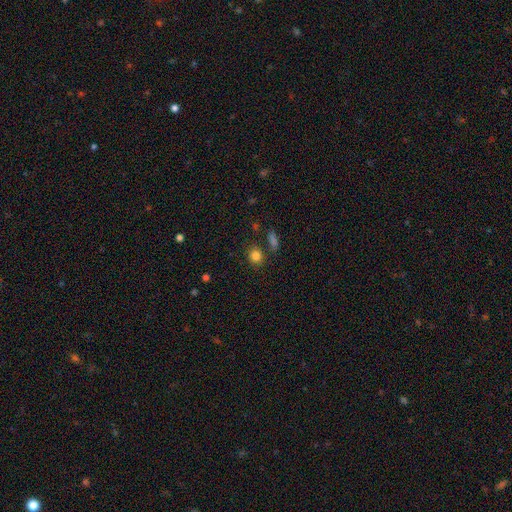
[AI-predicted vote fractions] smooth_or_featured: smooth (p=0.83) [alt: star or artifact p=0.12]
how_rounded: round (p=0.78) [alt: in between p=0.21]
merging: none (p=0.80) [alt: minor disturbance p=0.09]